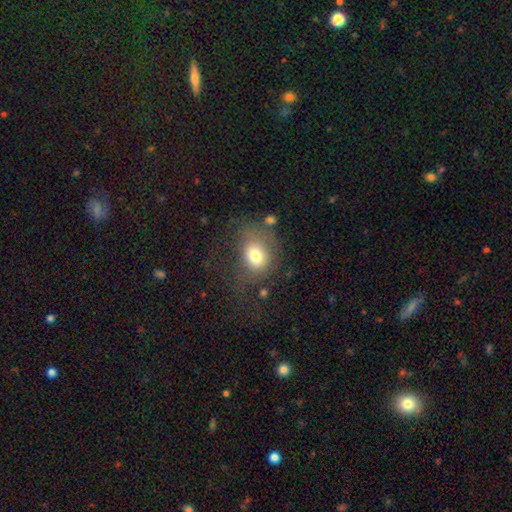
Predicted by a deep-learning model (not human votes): Smooth or featured?
  - smooth: 73% *
  - featured or disk: 15%
  - star or artifact: 11%
How rounded?
  - round: 50% *
  - in between: 49%
  - cigar-shaped: 1%
Merging?
  - none: 49% *
  - major disturbance: 25%
  - minor disturbance: 22%
  - merger: 4%